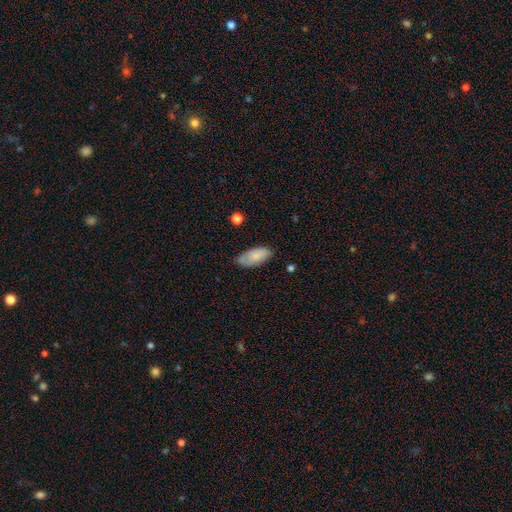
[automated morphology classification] Smooth or featured? smooth (81%)
How rounded? in between (92%)
Merging? none (71%)